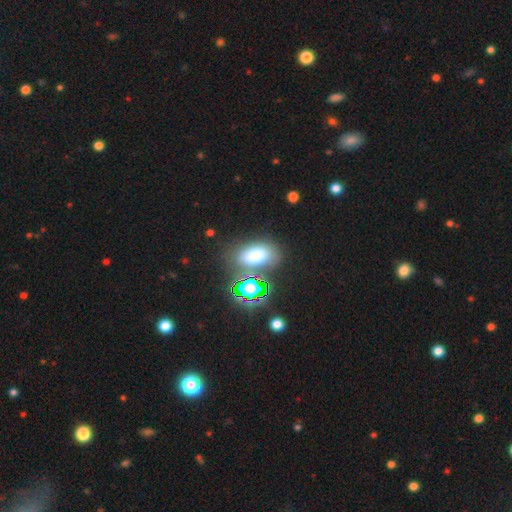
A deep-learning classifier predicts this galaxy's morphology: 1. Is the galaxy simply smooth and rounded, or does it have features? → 67% smooth, 21% star or artifact, 12% featured or disk.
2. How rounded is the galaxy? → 83% in between, 13% round, 4% cigar-shaped.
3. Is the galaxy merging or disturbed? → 72% none, 13% minor disturbance, 9% merger, 6% major disturbance.